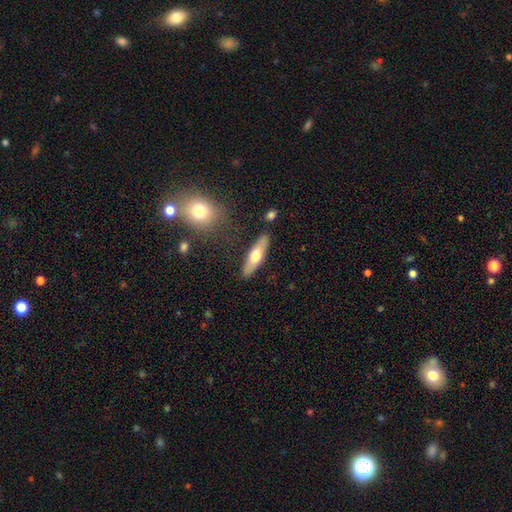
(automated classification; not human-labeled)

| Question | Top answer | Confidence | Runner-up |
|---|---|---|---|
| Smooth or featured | smooth | 56% | featured or disk (39%) |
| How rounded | cigar-shaped | 61% | in between (37%) |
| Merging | none | 85% | minor disturbance (10%) |